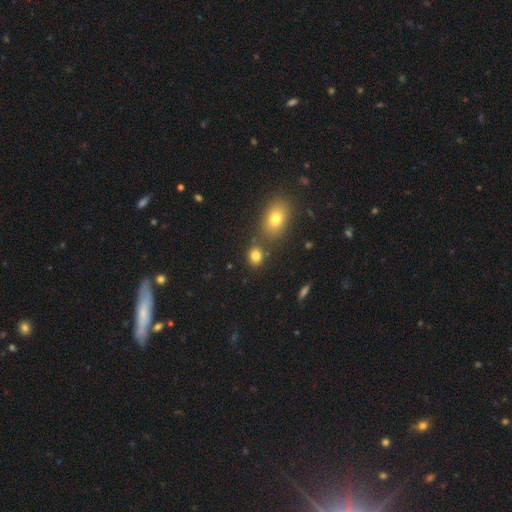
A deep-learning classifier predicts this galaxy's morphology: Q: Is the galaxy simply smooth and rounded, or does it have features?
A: smooth — 81%.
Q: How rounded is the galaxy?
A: round — 50%.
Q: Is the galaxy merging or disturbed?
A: none — 69%.